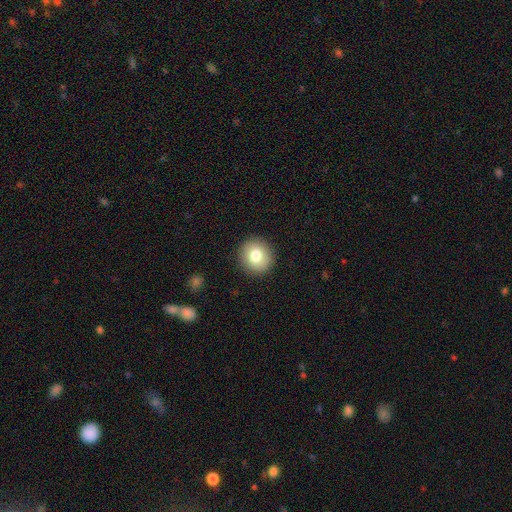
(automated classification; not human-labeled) Smooth or featured?
  - smooth: 79% *
  - featured or disk: 12%
  - star or artifact: 9%
How rounded?
  - round: 90% *
  - in between: 9%
  - cigar-shaped: 1%
Merging?
  - none: 91% *
  - minor disturbance: 6%
  - major disturbance: 2%
  - merger: 1%